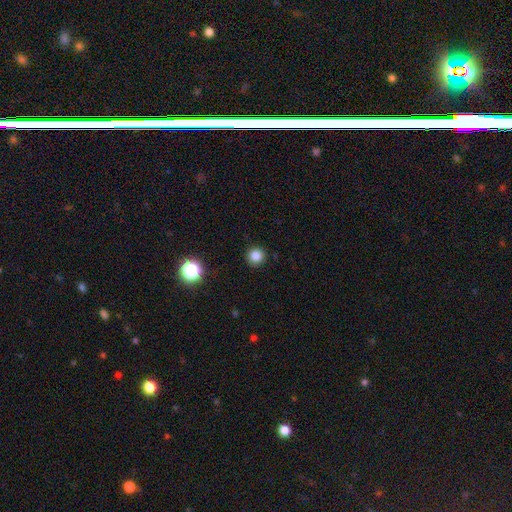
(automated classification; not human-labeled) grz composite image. It shows a smooth galaxy with no disk features (83%) that is round (94%). Merging: none (92%).